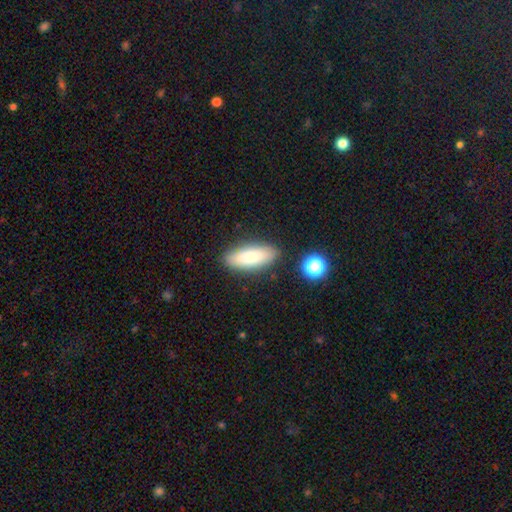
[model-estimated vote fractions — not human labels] Smooth or featured: smooth — 82% (featured or disk — 11%)
How rounded: in between — 70% (cigar-shaped — 28%)
Merging: none — 85% (minor disturbance — 10%)